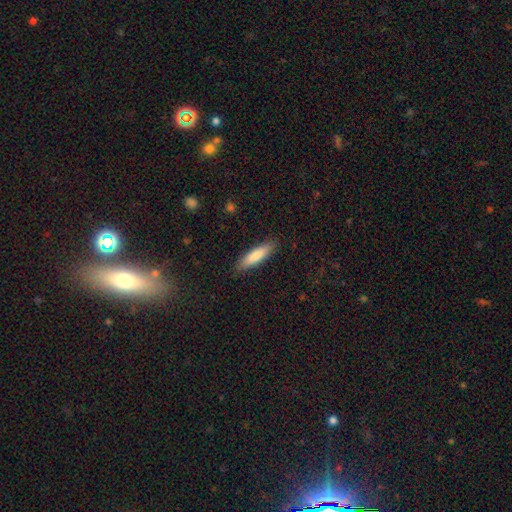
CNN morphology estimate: This appears to be a smooth galaxy with no disk features (81%) that is cigar-shaped (71%). Merging: none (88%).